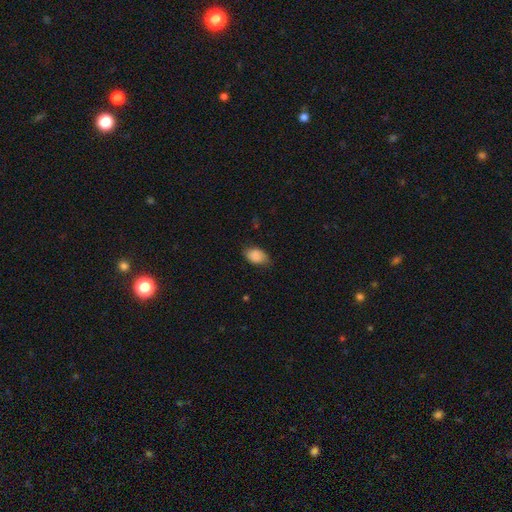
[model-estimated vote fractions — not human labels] Smooth or featured? Predicted: smooth (p=0.87). How rounded? Predicted: in between (p=0.83). Merging? Predicted: none (p=0.70).